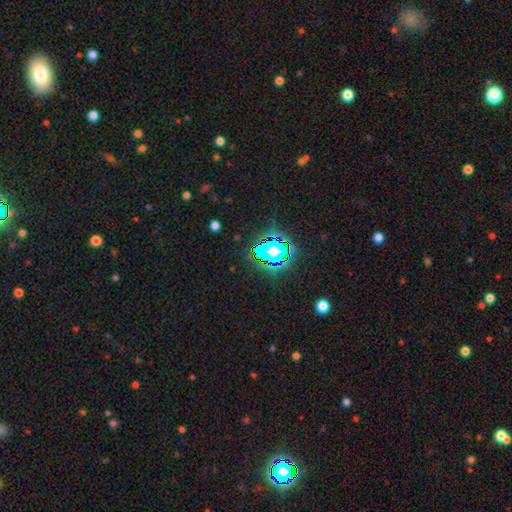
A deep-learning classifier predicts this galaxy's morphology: Smooth or featured? star or artifact (77%)